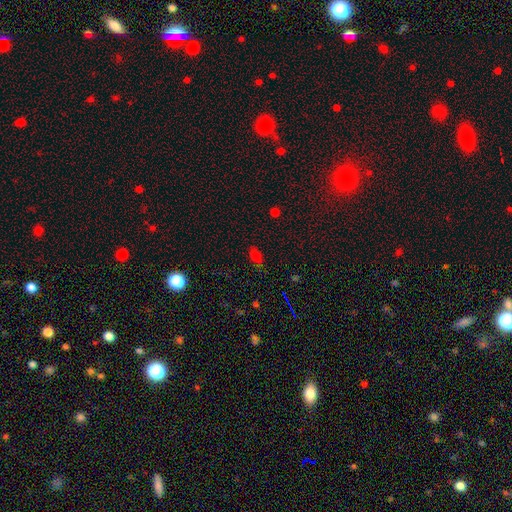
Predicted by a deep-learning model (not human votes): Morphology: type=smooth (66%); roundness=in between (84%); merging=none (74%).